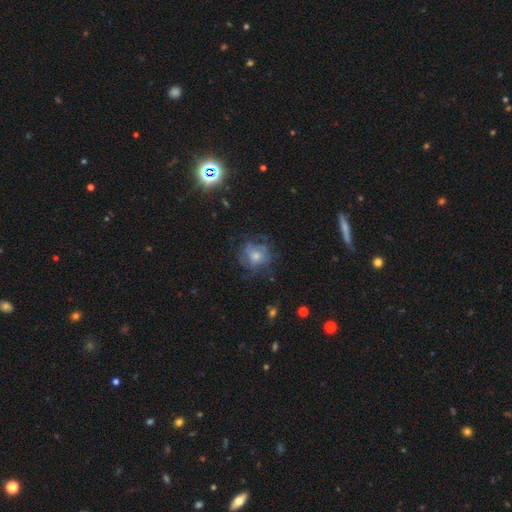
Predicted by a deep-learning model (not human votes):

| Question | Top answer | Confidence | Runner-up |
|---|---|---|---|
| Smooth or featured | featured or disk | 47% | smooth (42%) |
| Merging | none | 60% | minor disturbance (20%) |